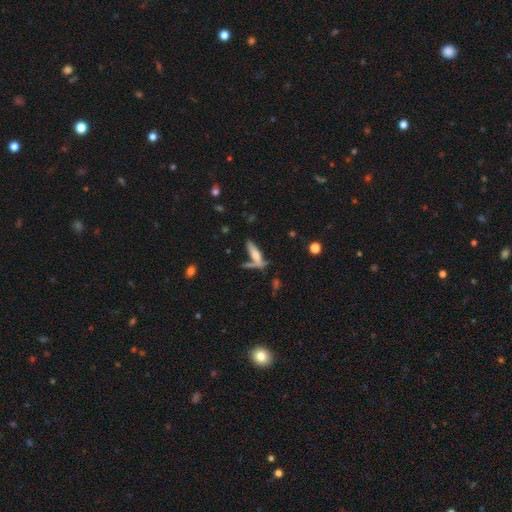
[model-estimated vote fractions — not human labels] smooth-or-featured: smooth: 58% | featured or disk: 34% | star or artifact: 9%
  how-rounded: cigar-shaped: 75% | in between: 23% | round: 2%
  merging: none: 55% | merger: 22% | minor disturbance: 16% | major disturbance: 7%